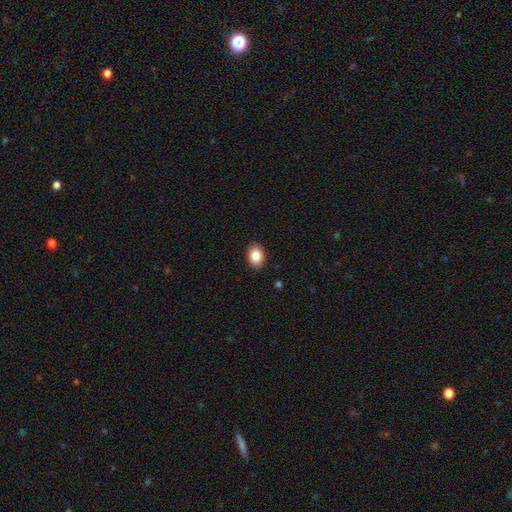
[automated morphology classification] Smooth or featured?
  - smooth: 86% *
  - star or artifact: 8%
  - featured or disk: 6%
How rounded?
  - in between: 72% *
  - round: 27%
  - cigar-shaped: 1%
Merging?
  - none: 90% *
  - minor disturbance: 7%
  - major disturbance: 2%
  - merger: 1%